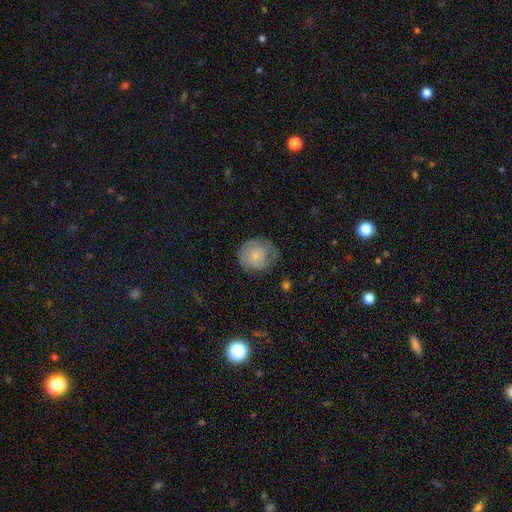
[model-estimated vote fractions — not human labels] smooth-or-featured: smooth: 58% | featured or disk: 35% | star or artifact: 7%
  how-rounded: round: 83% | in between: 16% | cigar-shaped: 1%
  merging: none: 60% | minor disturbance: 27% | major disturbance: 11% | merger: 1%